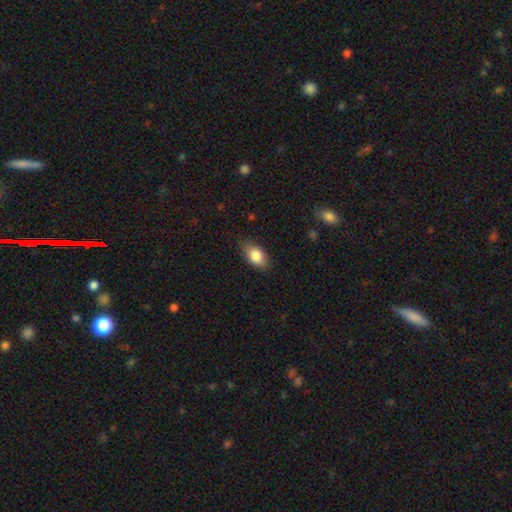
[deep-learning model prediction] A smooth galaxy with no disk features (83%) that is in between round and cigar-shaped (89%).

Vote fractions:
- Smooth or featured? smooth: 83% / featured or disk: 10% / star or artifact: 7%
- How rounded? in between: 89% / round: 8% / cigar-shaped: 3%
- Merging? none: 81% / minor disturbance: 15% / major disturbance: 3% / merger: 1%